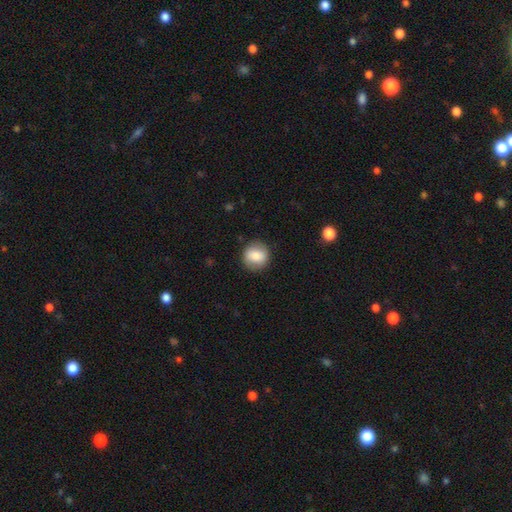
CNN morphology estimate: Smooth or featured? Predicted: smooth (p=0.80). How rounded? Predicted: round (p=0.85). Merging? Predicted: none (p=0.86).